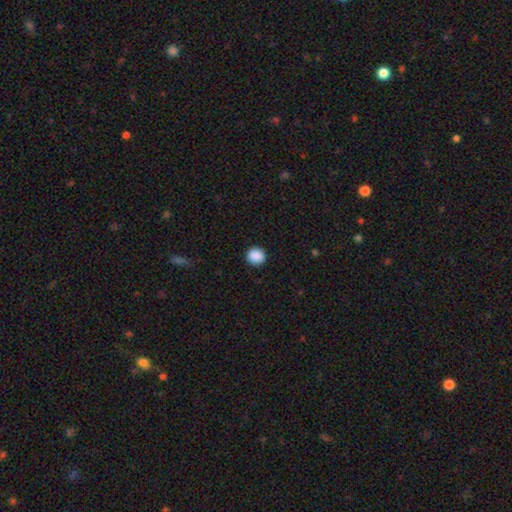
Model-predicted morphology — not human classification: Smooth or featured: smooth — 89% (star or artifact — 9%)
How rounded: round — 91% (in between — 8%)
Merging: none — 92% (minor disturbance — 5%)